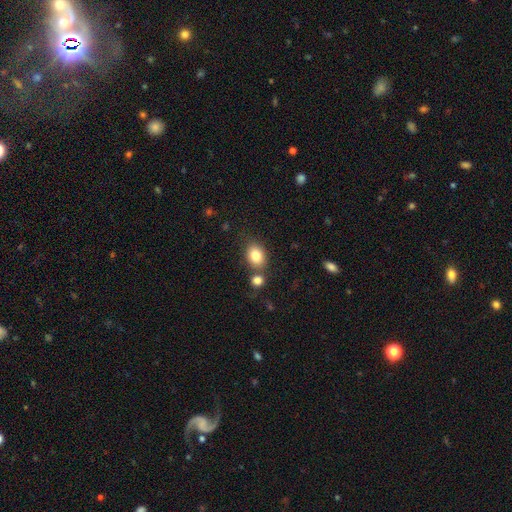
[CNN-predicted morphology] smooth_or_featured: smooth (p=0.82) [alt: star or artifact p=0.09]
how_rounded: in between (p=0.64) [alt: round p=0.35]
merging: none (p=0.67) [alt: merger p=0.17]